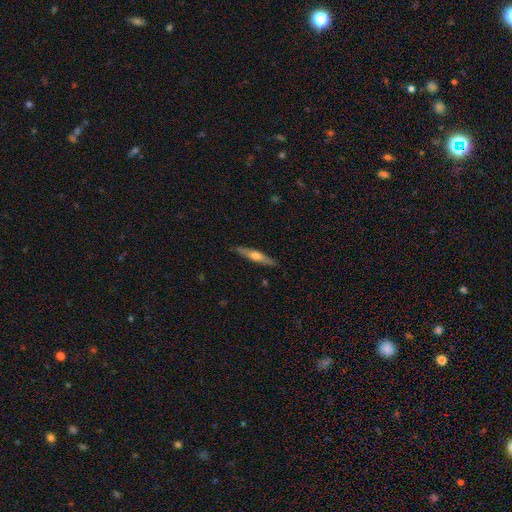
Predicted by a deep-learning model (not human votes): Smooth or featured? featured or disk (52%)
Edge-on disk? yes (94%)
Merging? none (88%)